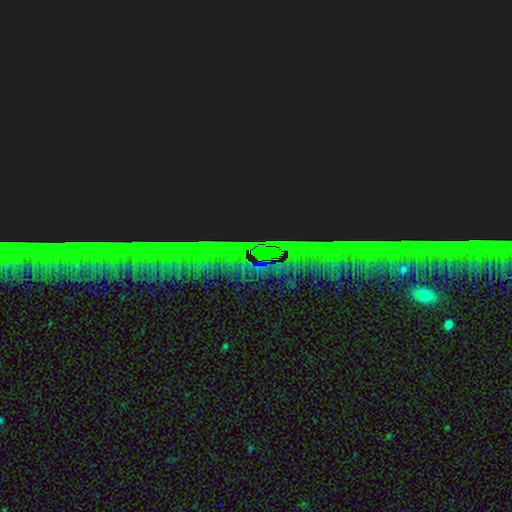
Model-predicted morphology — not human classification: Q: Smooth or featured?
A: star or artifact (82%); runner-up: featured or disk (10%)